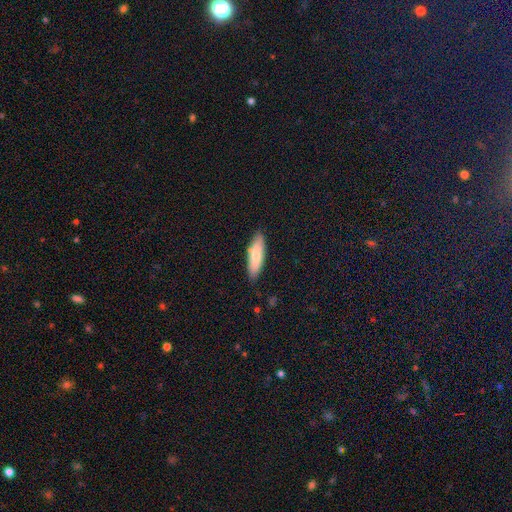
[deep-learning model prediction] Overall: smooth (76%). How rounded: cigar-shaped (54%; in between 44%). Merging: none (84%).